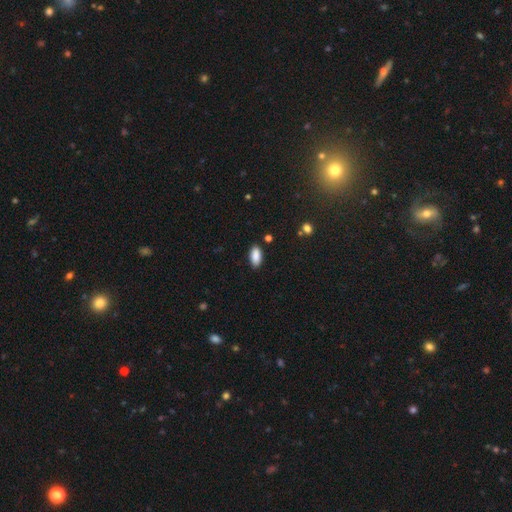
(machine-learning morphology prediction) This is clearly a smooth galaxy (89%). How rounded: clearly in between (92%). Merging: clearly none (87%).